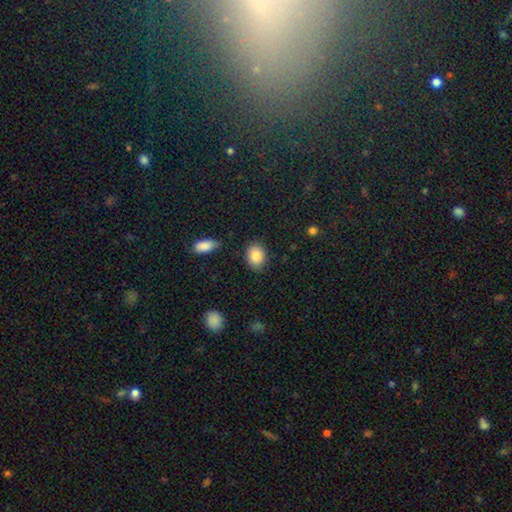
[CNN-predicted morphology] Smooth or featured? smooth (85%)
How rounded? in between (65%)
Merging? none (84%)